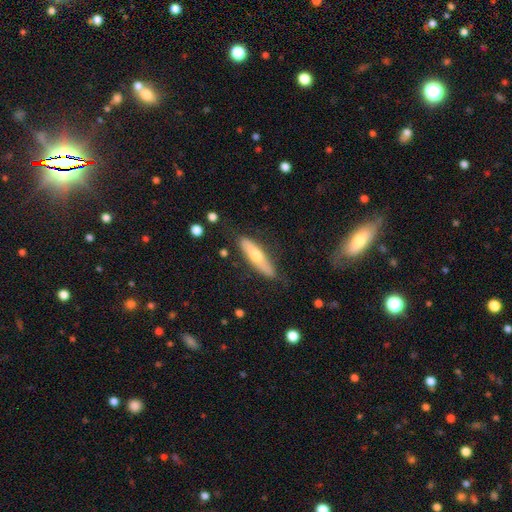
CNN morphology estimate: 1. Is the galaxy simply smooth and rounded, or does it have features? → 51% smooth, 43% featured or disk, 6% star or artifact.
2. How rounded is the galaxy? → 68% cigar-shaped, 29% in between, 2% round.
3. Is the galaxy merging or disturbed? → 79% none, 15% minor disturbance, 4% major disturbance, 2% merger.